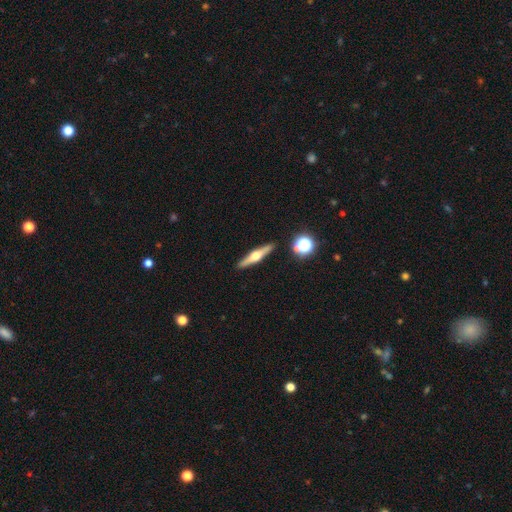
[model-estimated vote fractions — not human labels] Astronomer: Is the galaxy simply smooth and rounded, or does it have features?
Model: featured or disk — 68%.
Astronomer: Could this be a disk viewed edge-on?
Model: yes — 97%.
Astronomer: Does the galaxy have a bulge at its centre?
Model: rounded — 94%.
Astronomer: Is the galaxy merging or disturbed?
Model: none — 91%.